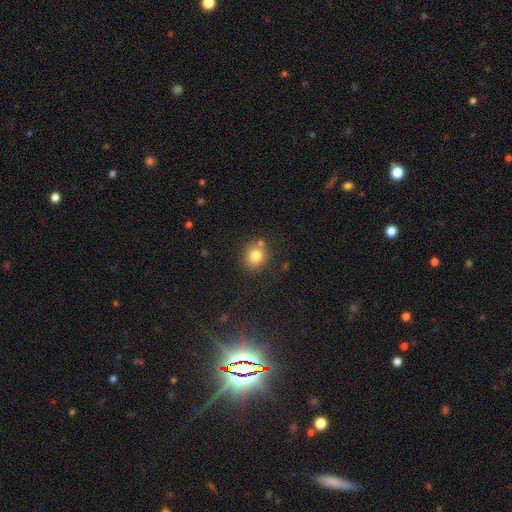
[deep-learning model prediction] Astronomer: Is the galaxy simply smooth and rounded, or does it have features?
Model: smooth — 80%.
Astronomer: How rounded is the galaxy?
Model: round — 86%.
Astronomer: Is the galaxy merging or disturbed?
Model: none — 74%.